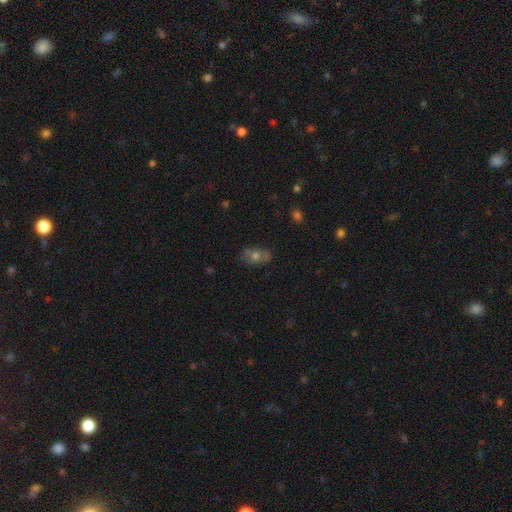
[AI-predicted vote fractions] The model was most divided on "smooth or featured": smooth: 54%, featured or disk: 28%, star or artifact: 18%. More confident: how rounded — in between (80%); merging — none (77%).